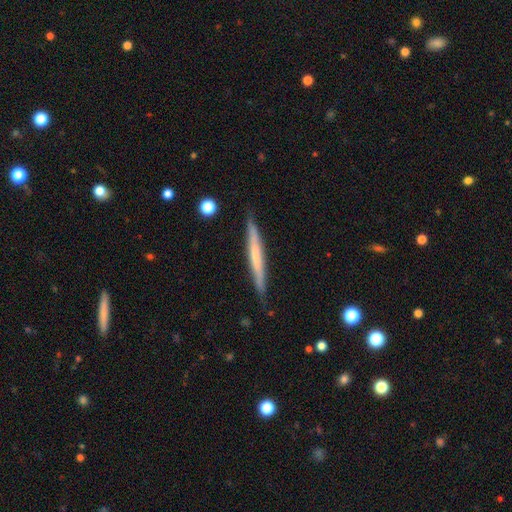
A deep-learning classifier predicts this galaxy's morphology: smooth-or-featured: smooth: 50% | featured or disk: 45% | star or artifact: 5%
  merging: none: 87% | minor disturbance: 10% | major disturbance: 2% | merger: 1%